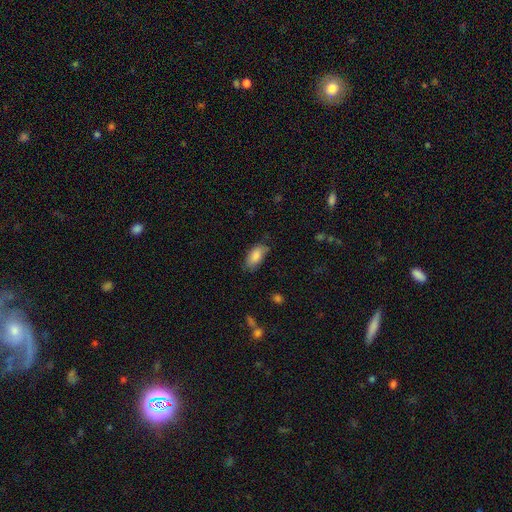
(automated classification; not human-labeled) Morphology: type=smooth (86%); roundness=in between (92%); merging=none (69%).